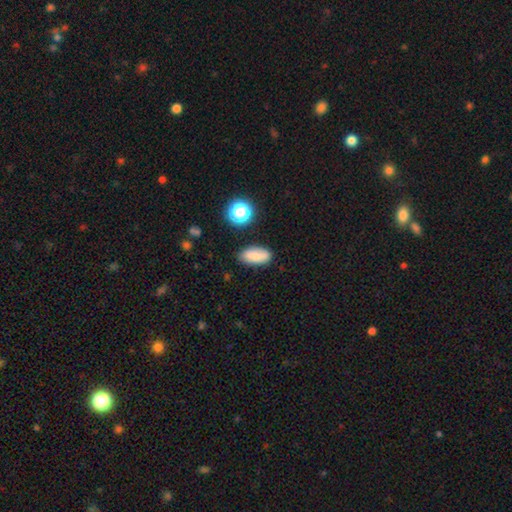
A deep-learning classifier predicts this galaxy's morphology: Smooth or featured? smooth (80%)
How rounded? in between (86%)
Merging? none (82%)